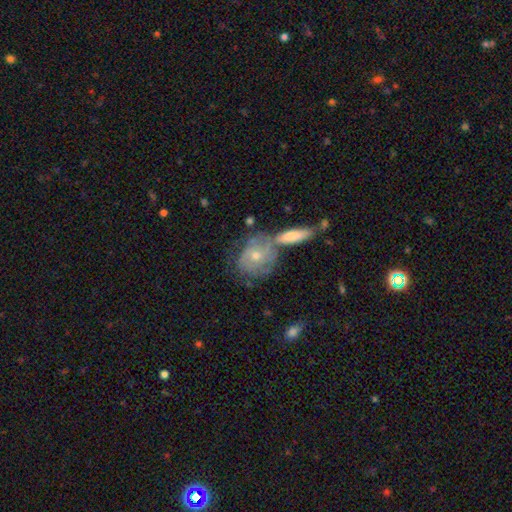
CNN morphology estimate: featured or disk 59%, smooth 34%, star or artifact 7%. Down the decision tree: edge-on disk — no (93%); bar — no (78%); spiral arms — yes (75%); bulge size — small (51%); merging — none (47%).